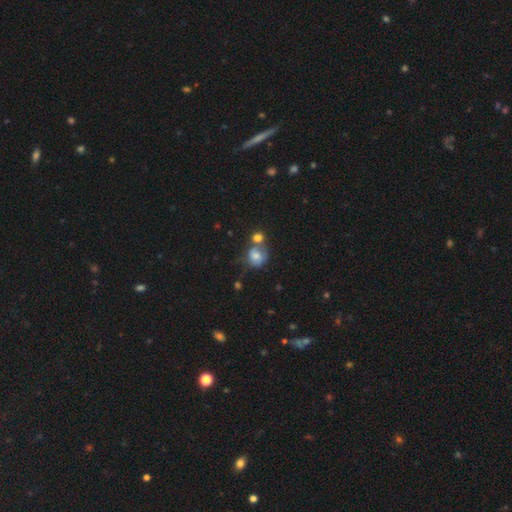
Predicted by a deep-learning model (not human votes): Smooth or featured?
  - smooth: 73% *
  - featured or disk: 16%
  - star or artifact: 11%
How rounded?
  - round: 74% *
  - in between: 25%
  - cigar-shaped: 1%
Merging?
  - none: 39% *
  - merger: 38%
  - minor disturbance: 16%
  - major disturbance: 7%